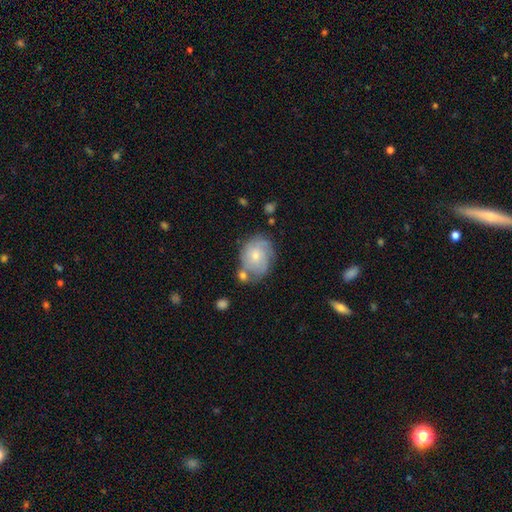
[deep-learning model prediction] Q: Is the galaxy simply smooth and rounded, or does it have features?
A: featured or disk — 52%.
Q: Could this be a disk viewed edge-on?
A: no — 97%.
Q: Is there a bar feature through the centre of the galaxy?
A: no — 76%.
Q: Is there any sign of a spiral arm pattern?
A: yes — 79%.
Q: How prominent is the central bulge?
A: small — 53%.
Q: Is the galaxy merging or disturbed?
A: none — 55%.